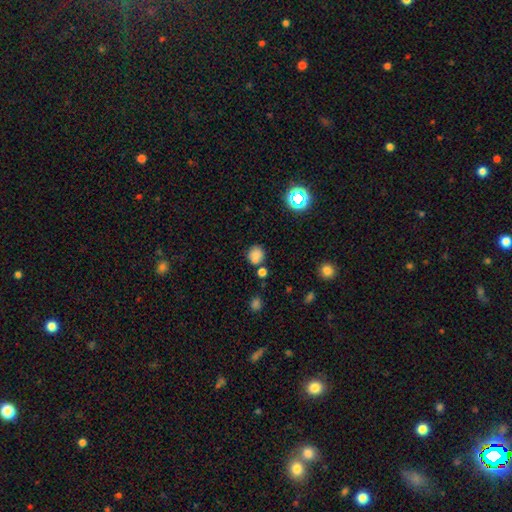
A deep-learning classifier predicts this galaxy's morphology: smooth-or-featured: smooth: 77% | star or artifact: 16% | featured or disk: 7%
  how-rounded: round: 79% | in between: 20% | cigar-shaped: 1%
  merging: none: 68% | minor disturbance: 14% | merger: 14% | major disturbance: 5%